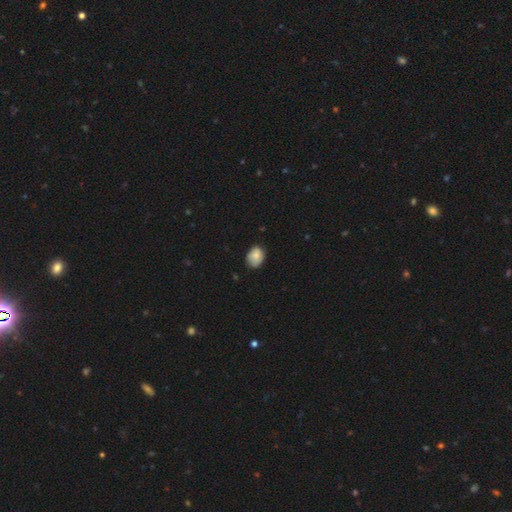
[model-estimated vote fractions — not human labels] smooth 79%, featured or disk 13%, star or artifact 8%. Down the decision tree: how rounded — in between (61%); merging — none (65%).